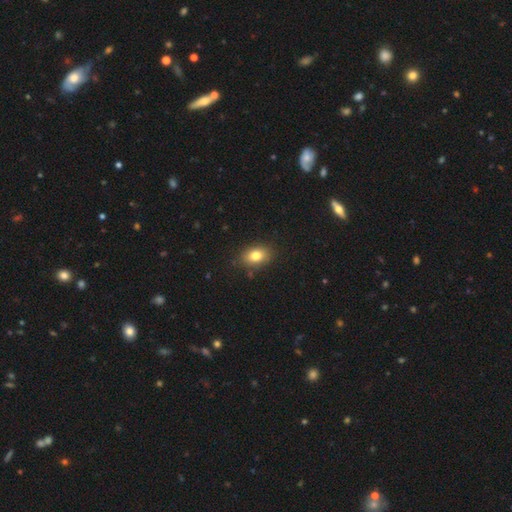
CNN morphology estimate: Smooth or featured? Predicted: smooth (p=0.80). How rounded? Predicted: in between (p=0.79). Merging? Predicted: none (p=0.86).